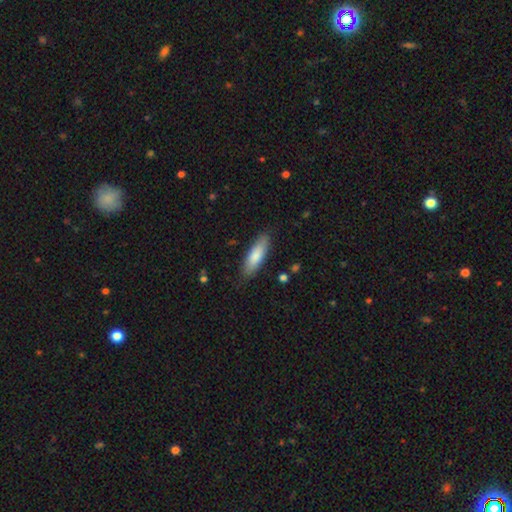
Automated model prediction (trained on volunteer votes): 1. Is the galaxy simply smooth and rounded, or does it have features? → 80% smooth, 14% featured or disk, 5% star or artifact.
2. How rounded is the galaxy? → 50% in between, 48% cigar-shaped, 1% round.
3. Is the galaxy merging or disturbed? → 84% none, 12% minor disturbance, 2% major disturbance, 1% merger.